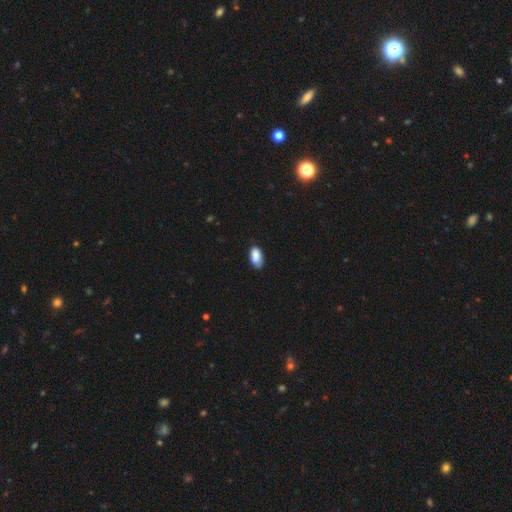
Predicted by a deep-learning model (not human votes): smooth_or_featured: smooth (p=0.87) [alt: star or artifact p=0.07]
how_rounded: in between (p=0.94) [alt: round p=0.03]
merging: none (p=0.67) [alt: minor disturbance p=0.27]